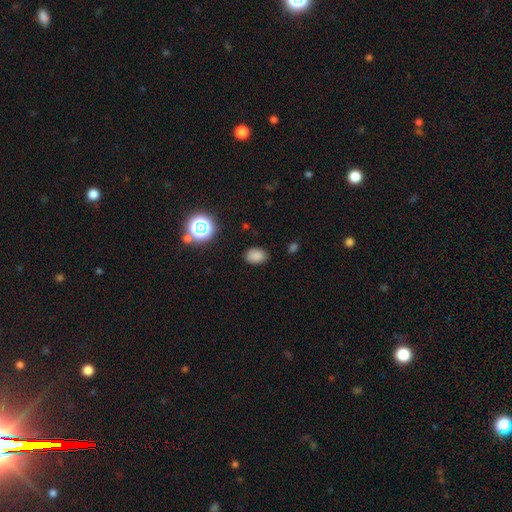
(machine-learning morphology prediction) Smooth or featured: smooth — 83% (star or artifact — 13%)
How rounded: in between — 75% (round — 23%)
Merging: none — 84% (minor disturbance — 12%)